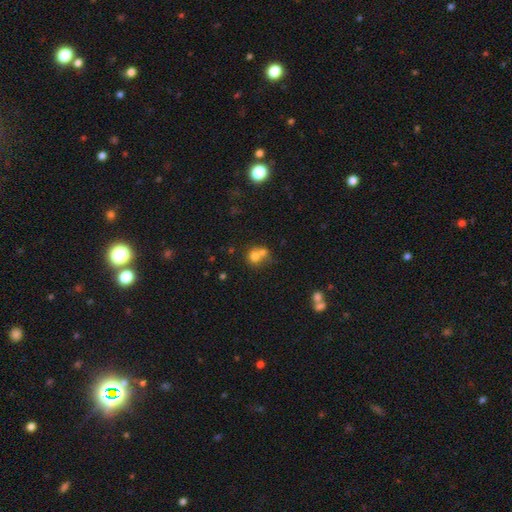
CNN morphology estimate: A smooth galaxy with no disk features (70%) that is round (76%).

Vote fractions:
- Smooth or featured? smooth: 70% / featured or disk: 17% / star or artifact: 14%
- How rounded? round: 76% / in between: 23% / cigar-shaped: 1%
- Merging? merger: 56% / none: 33% / minor disturbance: 8% / major disturbance: 4%